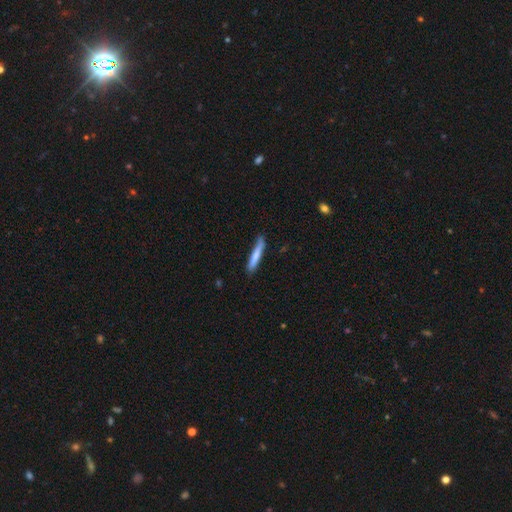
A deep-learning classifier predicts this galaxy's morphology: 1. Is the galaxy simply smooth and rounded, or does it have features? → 74% smooth, 20% featured or disk, 6% star or artifact.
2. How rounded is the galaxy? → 94% cigar-shaped, 5% in between, 1% round.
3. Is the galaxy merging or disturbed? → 78% none, 18% minor disturbance, 3% major disturbance, 2% merger.